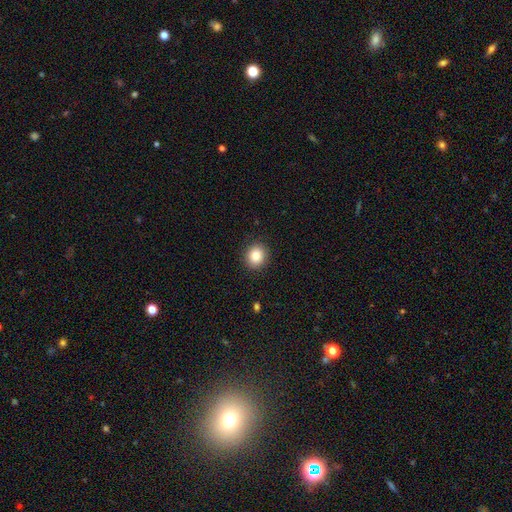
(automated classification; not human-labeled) smooth 85%, star or artifact 9%, featured or disk 5%. Down the decision tree: how rounded — round (77%); merging — none (91%).